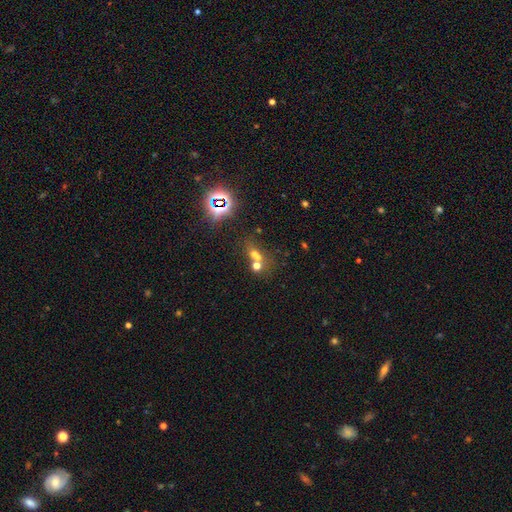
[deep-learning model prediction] Smooth or featured?
  - smooth: 46% *
  - star or artifact: 38%
  - featured or disk: 16%
Merging?
  - merger: 49% *
  - none: 39%
  - minor disturbance: 7%
  - major disturbance: 5%